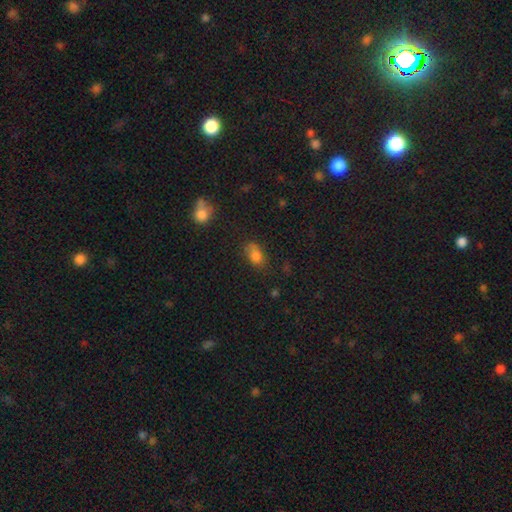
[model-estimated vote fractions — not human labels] This appears to be a smooth galaxy with no disk features (77%) that is in between round and cigar-shaped (78%). Merging: none (55%).